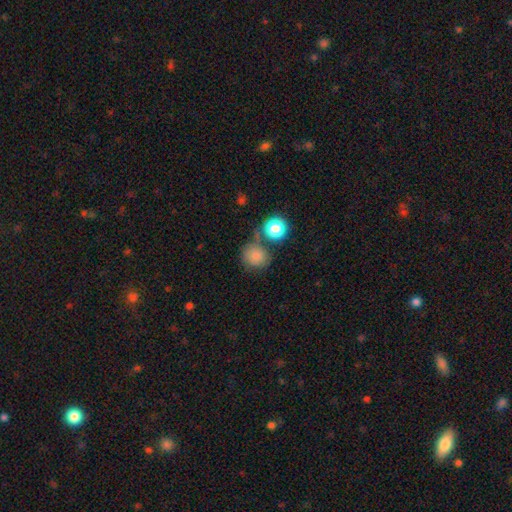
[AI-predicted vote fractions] Smooth or featured: smooth — 79% (star or artifact — 12%)
How rounded: round — 85% (in between — 14%)
Merging: none — 58% (merger — 19%)